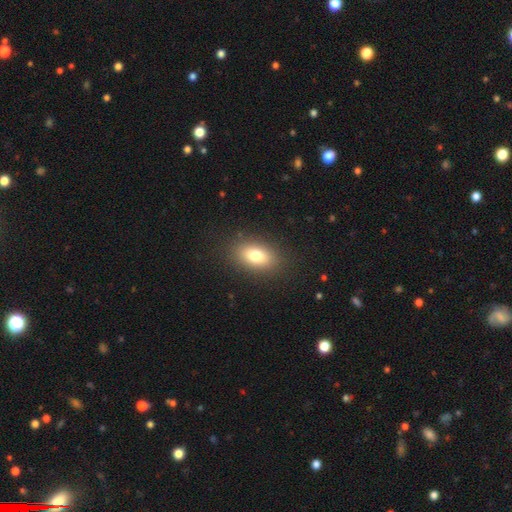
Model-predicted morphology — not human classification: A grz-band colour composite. It shows a smooth galaxy with no disk features (78%) that is in between round and cigar-shaped (86%). Merging: none (86%).